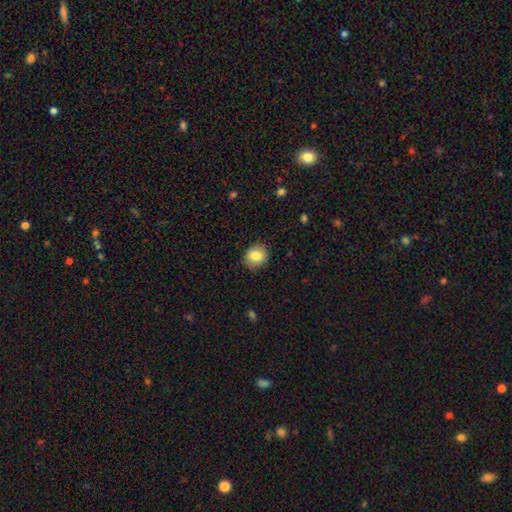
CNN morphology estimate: The model was most divided on "how rounded": round: 70%, in between: 29%, cigar-shaped: 1%. More confident: merging — none (88%); smooth or featured — smooth (82%).